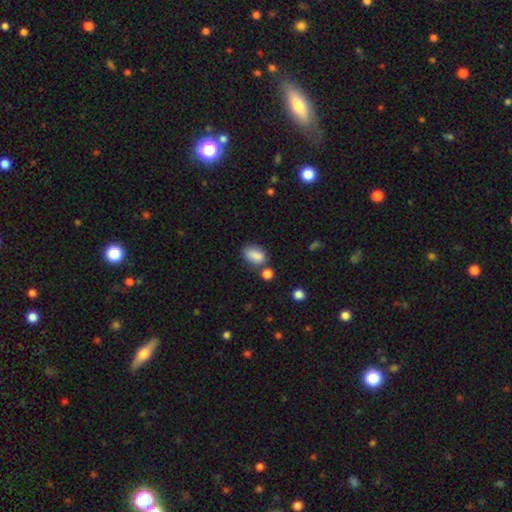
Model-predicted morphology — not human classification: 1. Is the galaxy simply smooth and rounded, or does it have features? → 85% smooth, 9% star or artifact, 6% featured or disk.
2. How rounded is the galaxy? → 85% in between, 13% round, 2% cigar-shaped.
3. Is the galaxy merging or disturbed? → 60% none, 19% minor disturbance, 15% merger, 6% major disturbance.